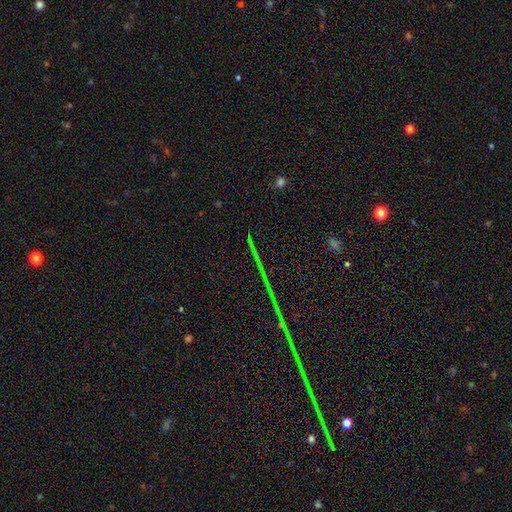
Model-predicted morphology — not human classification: A star or artifact, not a galaxy (84%).